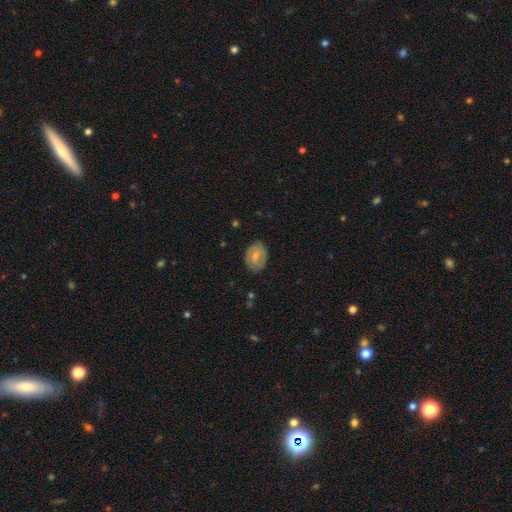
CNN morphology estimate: smooth_or_featured: featured or disk (p=0.49) [alt: smooth p=0.44]
merging: none (p=0.82) [alt: minor disturbance p=0.13]